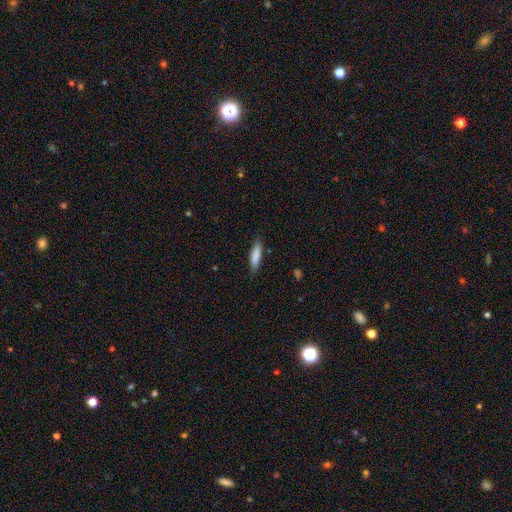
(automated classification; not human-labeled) Smooth or featured?
  - smooth: 85% *
  - featured or disk: 9%
  - star or artifact: 6%
How rounded?
  - cigar-shaped: 72% *
  - in between: 27%
  - round: 1%
Merging?
  - none: 85% *
  - minor disturbance: 12%
  - major disturbance: 2%
  - merger: 1%